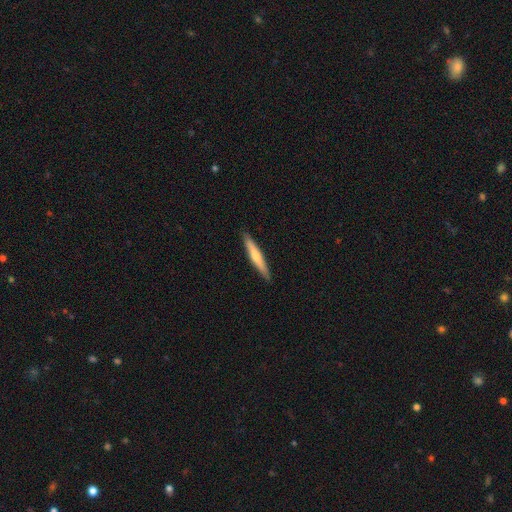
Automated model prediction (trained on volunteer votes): Overall: smooth (59%; featured or disk 36%). How rounded: cigar-shaped (94%). Merging: none (91%).